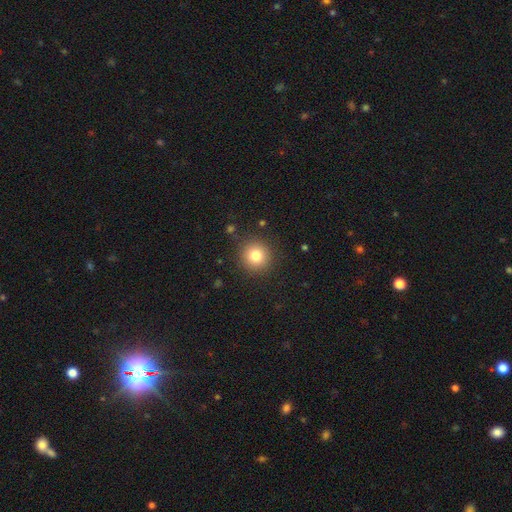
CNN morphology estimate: smooth-or-featured: smooth: 81% | star or artifact: 12% | featured or disk: 8%
  how-rounded: round: 93% | in between: 6% | cigar-shaped: 1%
  merging: none: 89% | minor disturbance: 7% | major disturbance: 3% | merger: 1%